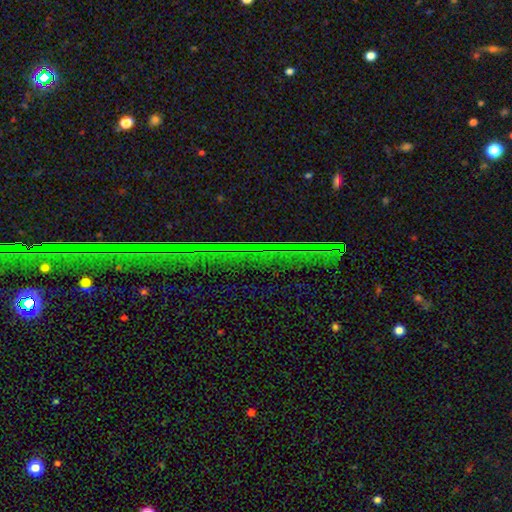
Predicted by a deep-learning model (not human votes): This is clearly a star or artifact rather than a galaxy (82%).